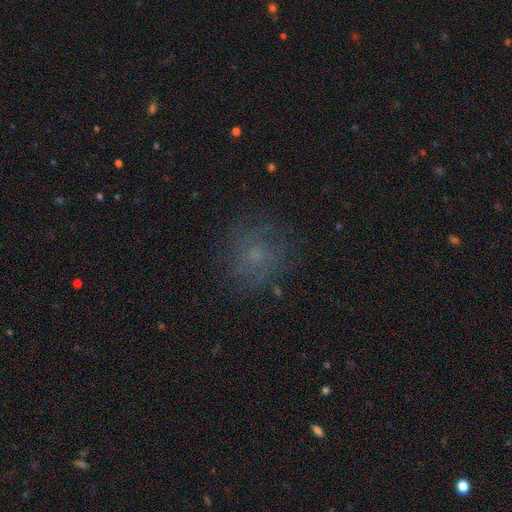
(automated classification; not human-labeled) The model was most divided on "smooth or featured": smooth: 51%, featured or disk: 27%, star or artifact: 22%. More confident: how rounded — round (83%); merging — none (76%).